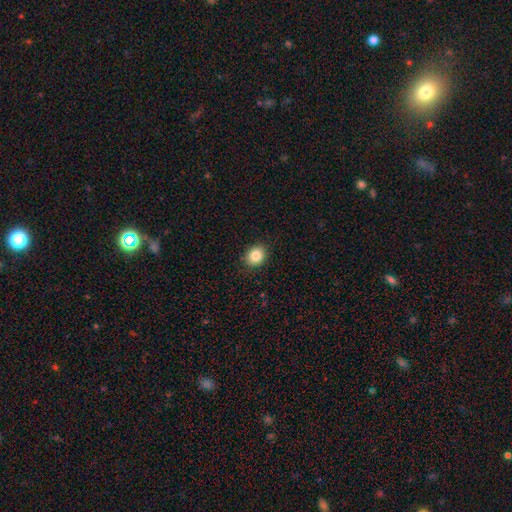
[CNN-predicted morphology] Q: Smooth or featured?
A: smooth (85%); runner-up: star or artifact (10%)
Q: How rounded?
A: round (63%); runner-up: in between (36%)
Q: Merging?
A: none (88%); runner-up: minor disturbance (9%)